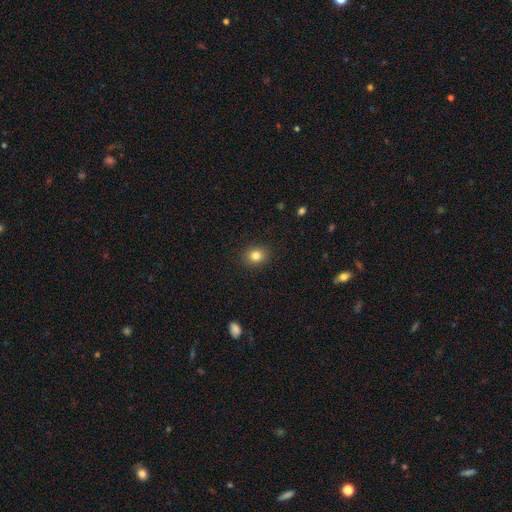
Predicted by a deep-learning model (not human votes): Morphology: type=smooth (83%); roundness=round (61%); merging=none (90%).